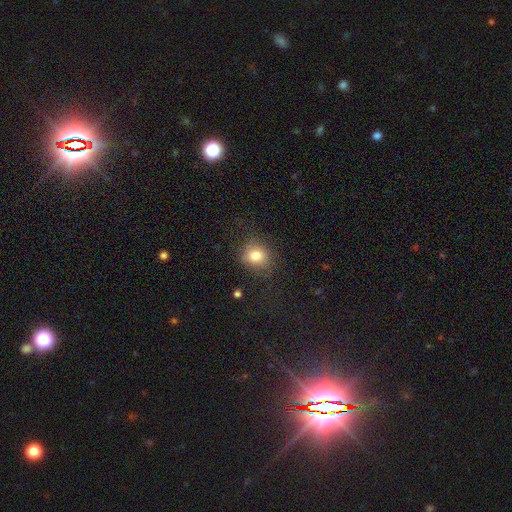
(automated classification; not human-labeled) Smooth or featured?
  - smooth: 81% *
  - star or artifact: 11%
  - featured or disk: 8%
How rounded?
  - round: 73% *
  - in between: 27%
  - cigar-shaped: 1%
Merging?
  - none: 78% *
  - minor disturbance: 14%
  - major disturbance: 6%
  - merger: 1%